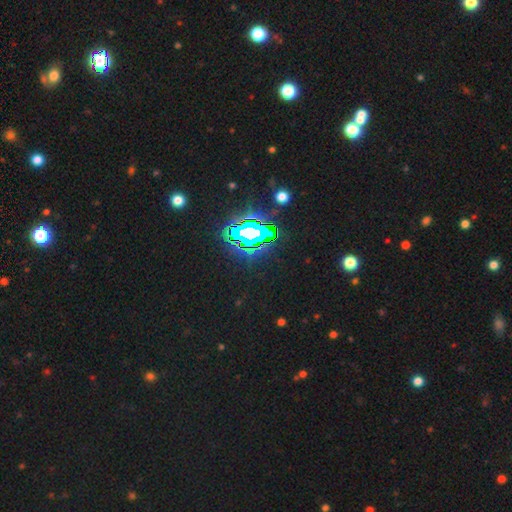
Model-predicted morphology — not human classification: Q: Smooth or featured?
A: star or artifact (81%); runner-up: smooth (12%)